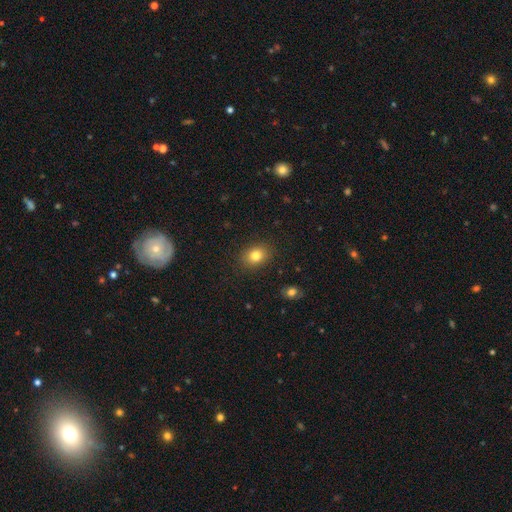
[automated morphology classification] This appears to be a smooth galaxy with no disk features (81%) that is in between round and cigar-shaped (55%). Merging: none (88%).